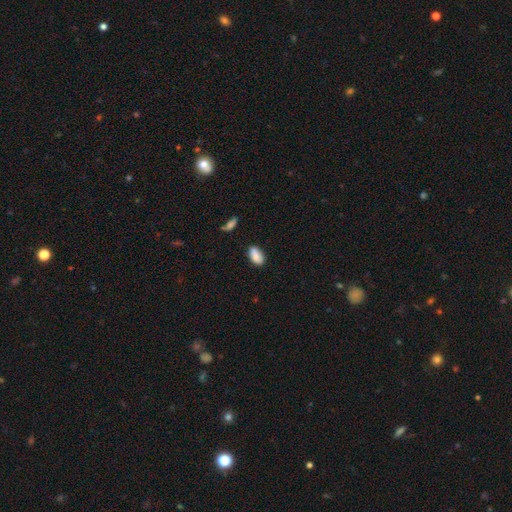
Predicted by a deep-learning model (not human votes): Overall: smooth (85%). How rounded: in between (92%). Merging: none (80%).